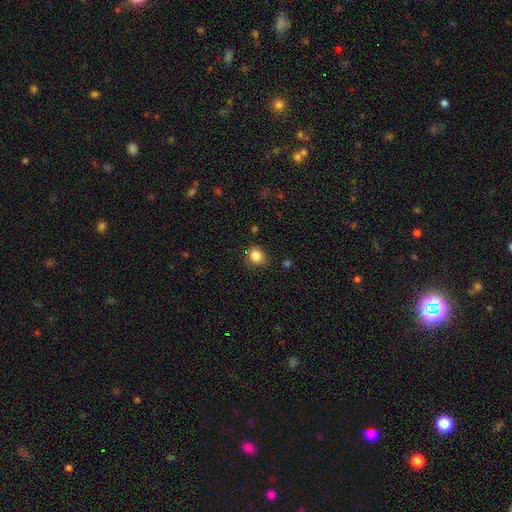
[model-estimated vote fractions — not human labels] Smooth or featured?
  - smooth: 84% *
  - star or artifact: 11%
  - featured or disk: 5%
How rounded?
  - round: 70% *
  - in between: 29%
  - cigar-shaped: 1%
Merging?
  - none: 79% *
  - minor disturbance: 16%
  - major disturbance: 3%
  - merger: 2%